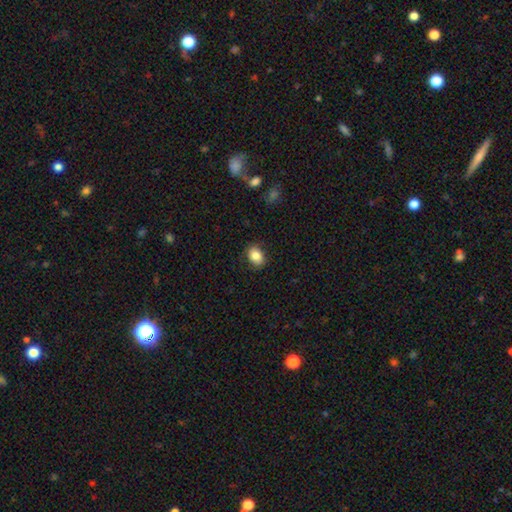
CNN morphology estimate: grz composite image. It shows a smooth galaxy with no disk features (84%) that is in between round and cigar-shaped (69%). Merging: none (85%).